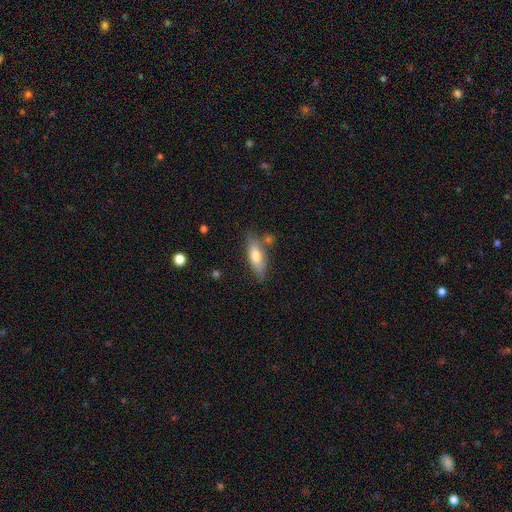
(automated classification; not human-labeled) Morphology: type=smooth (70%); roundness=in between (58%); merging=none (70%).